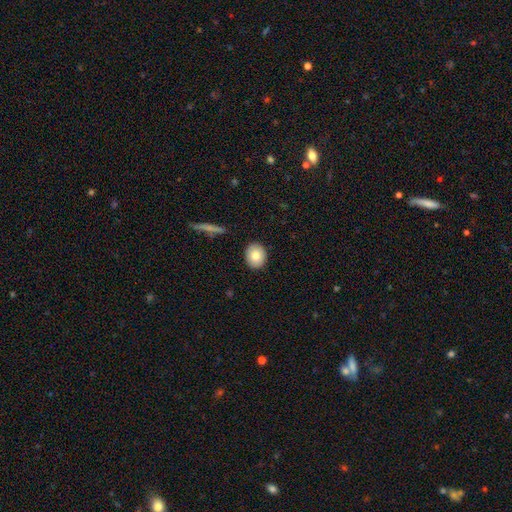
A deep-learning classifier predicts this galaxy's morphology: Smooth or featured? Predicted: smooth (p=0.81). How rounded? Predicted: round (p=0.67). Merging? Predicted: none (p=0.90).